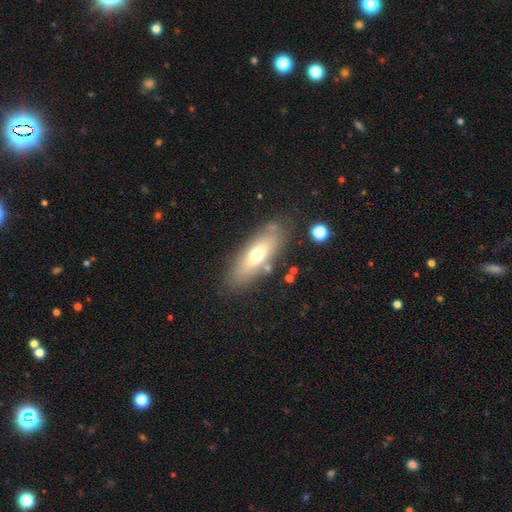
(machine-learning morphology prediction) A smooth galaxy with no disk features (57%) that is in between round and cigar-shaped (63%).

Vote fractions:
- Smooth or featured? smooth: 57% / featured or disk: 35% / star or artifact: 8%
- How rounded? in between: 63% / cigar-shaped: 34% / round: 3%
- Merging? none: 78% / minor disturbance: 13% / merger: 5% / major disturbance: 4%